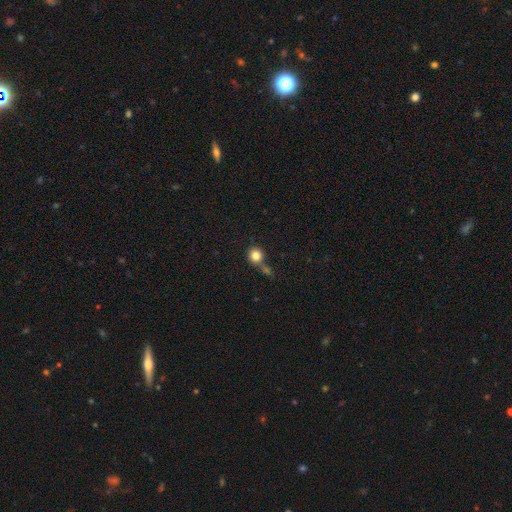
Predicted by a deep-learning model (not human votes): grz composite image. It shows a smooth galaxy with no disk features (82%) that is round (90%). Merging: none (55%).